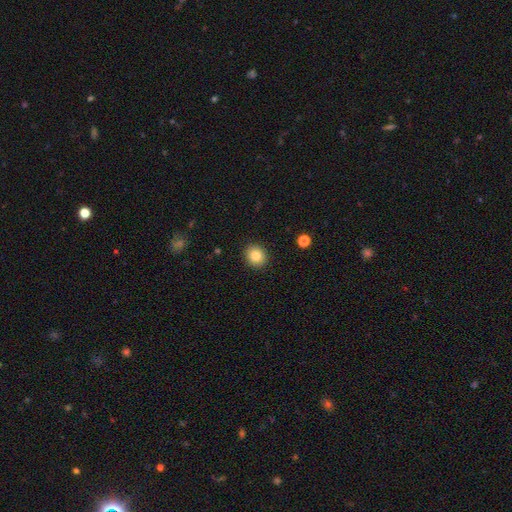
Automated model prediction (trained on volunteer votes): This is clearly a smooth galaxy (84%). How rounded: likely round (78%). Merging: clearly none (91%).